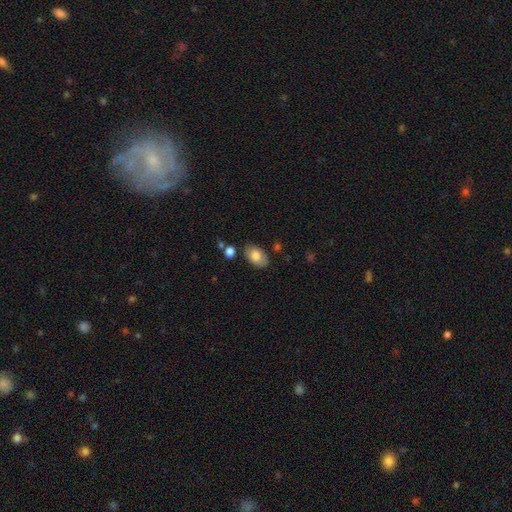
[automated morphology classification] A smooth galaxy with no disk features (78%) that is in between round and cigar-shaped (93%).

Vote fractions:
- Smooth or featured? smooth: 78% / featured or disk: 16% / star or artifact: 7%
- How rounded? in between: 93% / round: 6% / cigar-shaped: 1%
- Merging? none: 79% / minor disturbance: 14% / merger: 4% / major disturbance: 3%